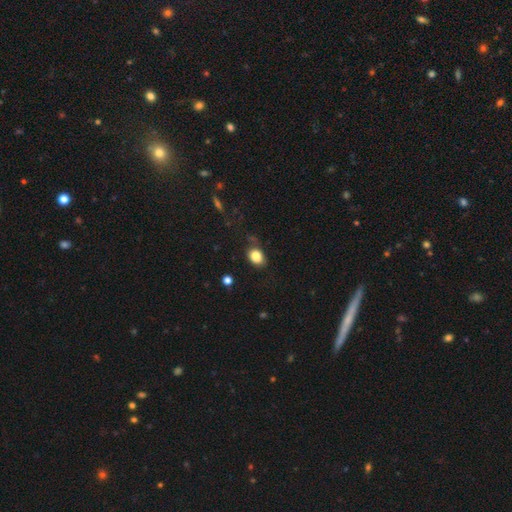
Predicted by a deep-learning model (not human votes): This appears to be a smooth galaxy with no disk features (84%) that is in between round and cigar-shaped (63%). Merging: none (70%).